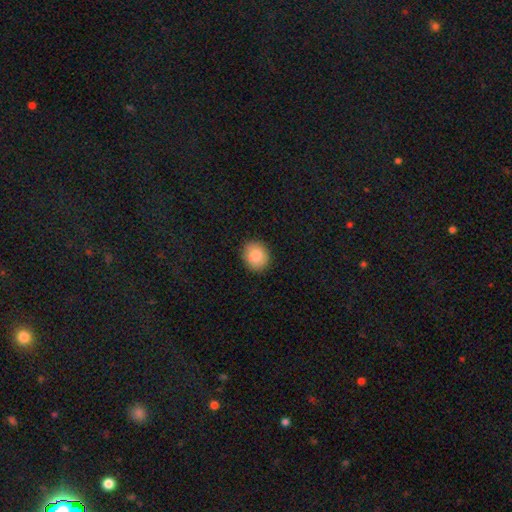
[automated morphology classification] Smooth or featured? Predicted: smooth (p=0.85). How rounded? Predicted: round (p=0.73). Merging? Predicted: none (p=0.89).